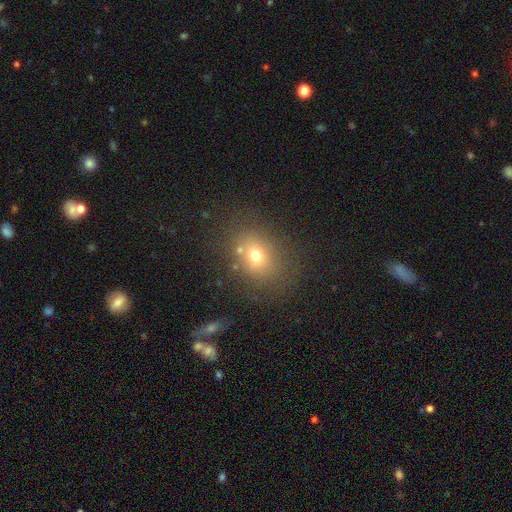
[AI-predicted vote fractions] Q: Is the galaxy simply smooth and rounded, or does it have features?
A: smooth — 68%.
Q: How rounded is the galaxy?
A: round — 49%, tied with in between.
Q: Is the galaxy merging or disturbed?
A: none — 74%.